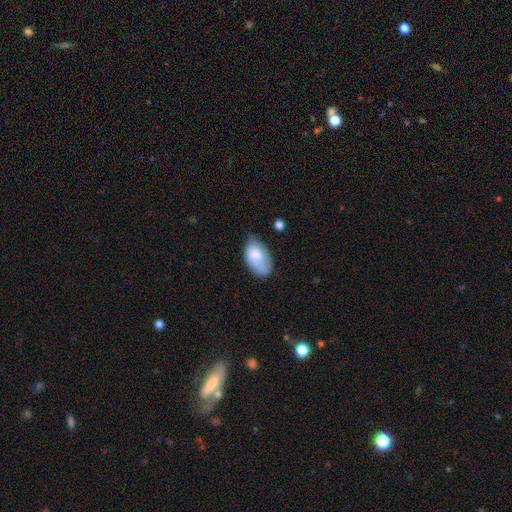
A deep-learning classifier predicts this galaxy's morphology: Q: Smooth or featured?
A: smooth (77%); runner-up: featured or disk (16%)
Q: How rounded?
A: in between (94%); runner-up: round (5%)
Q: Merging?
A: none (46%); runner-up: minor disturbance (39%)